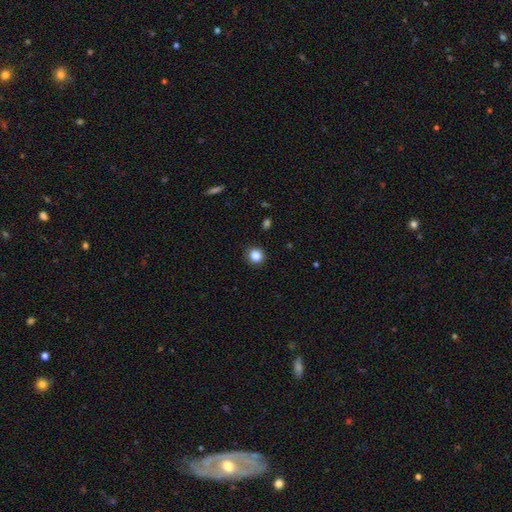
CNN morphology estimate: The model was most divided on "smooth or featured": smooth: 86%, star or artifact: 11%, featured or disk: 3%. More confident: merging — none (90%); how rounded — round (89%).